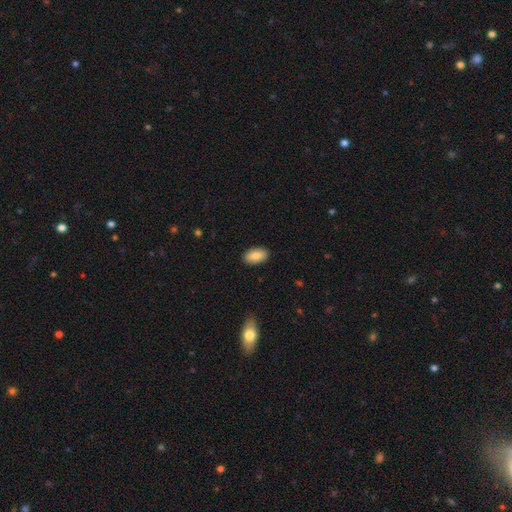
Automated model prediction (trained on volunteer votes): Smooth or featured? smooth (82%)
How rounded? in between (94%)
Merging? none (89%)